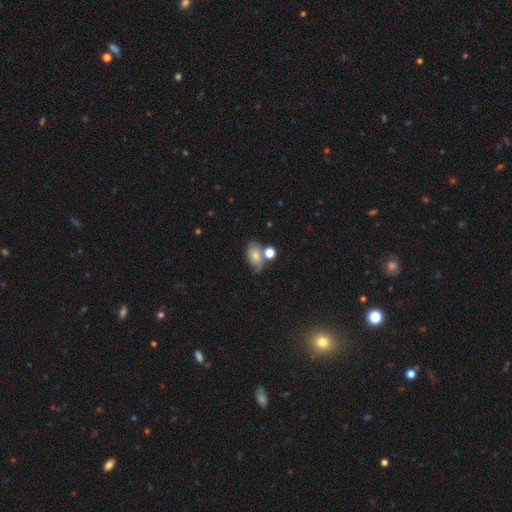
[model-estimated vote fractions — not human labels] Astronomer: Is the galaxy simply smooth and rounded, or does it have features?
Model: smooth — 69%.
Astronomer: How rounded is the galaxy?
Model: in between — 84%.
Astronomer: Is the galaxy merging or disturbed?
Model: none — 51%.